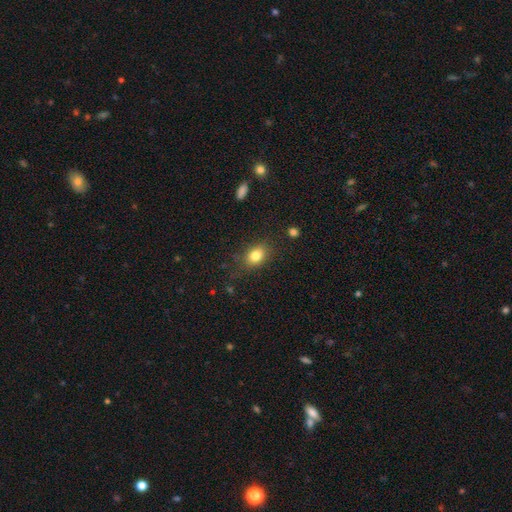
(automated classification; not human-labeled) Q: Smooth or featured?
A: smooth (82%); runner-up: star or artifact (10%)
Q: How rounded?
A: in between (68%); runner-up: round (31%)
Q: Merging?
A: none (79%); runner-up: minor disturbance (15%)